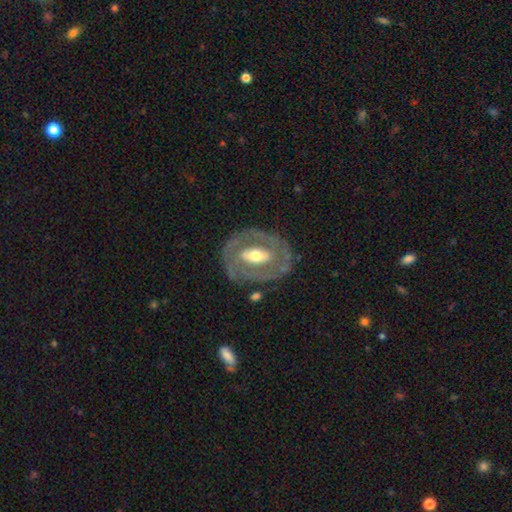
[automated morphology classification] Smooth or featured? featured or disk (74%)
Edge-on disk? no (94%)
Bar? strong (36%)
Spiral arms? no (52%)
Bulge size? moderate (66%)
Merging? none (76%)